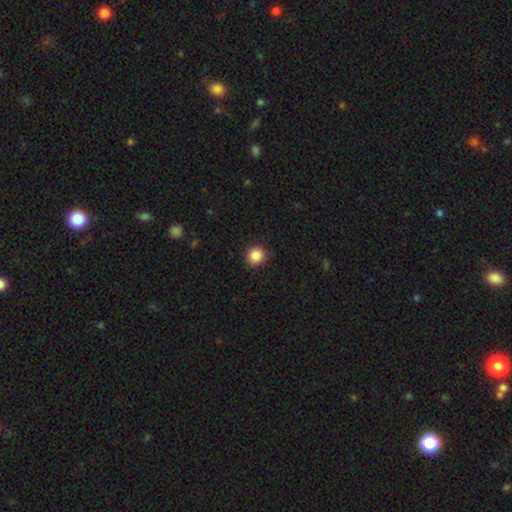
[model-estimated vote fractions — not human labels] smooth-or-featured: smooth: 87% | star or artifact: 9% | featured or disk: 3%
  how-rounded: round: 90% | in between: 9% | cigar-shaped: 1%
  merging: none: 91% | minor disturbance: 7% | major disturbance: 2% | merger: 1%